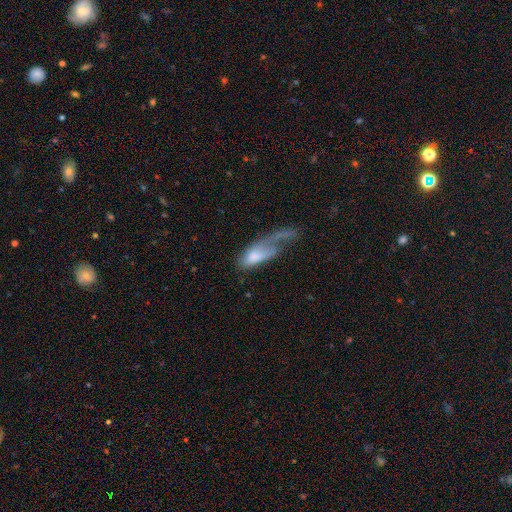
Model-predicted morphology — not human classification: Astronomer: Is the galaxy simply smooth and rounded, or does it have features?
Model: smooth — 59%.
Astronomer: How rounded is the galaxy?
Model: in between — 77%.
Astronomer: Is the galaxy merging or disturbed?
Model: major disturbance — 60%.